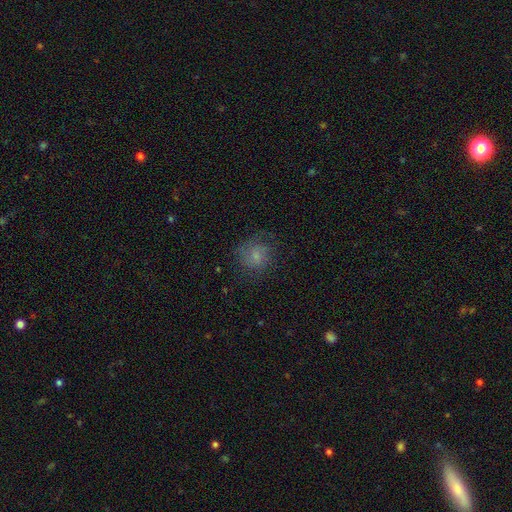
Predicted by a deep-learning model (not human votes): This is possibly a smooth galaxy (59%). How rounded: likely round (78%). Merging: likely none (65%).